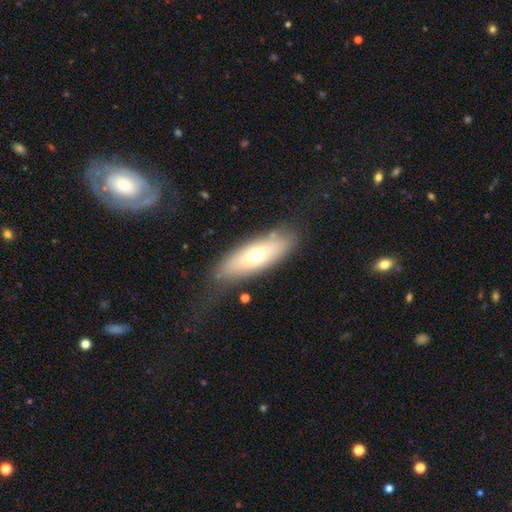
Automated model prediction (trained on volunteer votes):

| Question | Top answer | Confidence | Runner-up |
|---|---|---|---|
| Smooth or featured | smooth | 62% | featured or disk (30%) |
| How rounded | in between | 66% | cigar-shaped (31%) |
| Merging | none | 79% | minor disturbance (13%) |